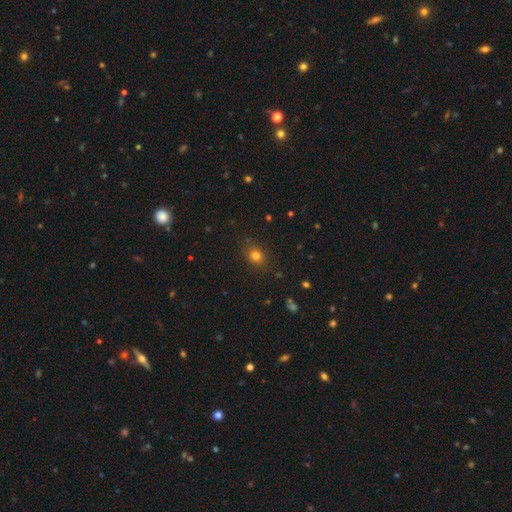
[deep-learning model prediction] Smooth or featured?
  - smooth: 79% *
  - star or artifact: 15%
  - featured or disk: 7%
How rounded?
  - round: 60% *
  - in between: 39%
  - cigar-shaped: 1%
Merging?
  - none: 85% *
  - minor disturbance: 11%
  - major disturbance: 3%
  - merger: 1%